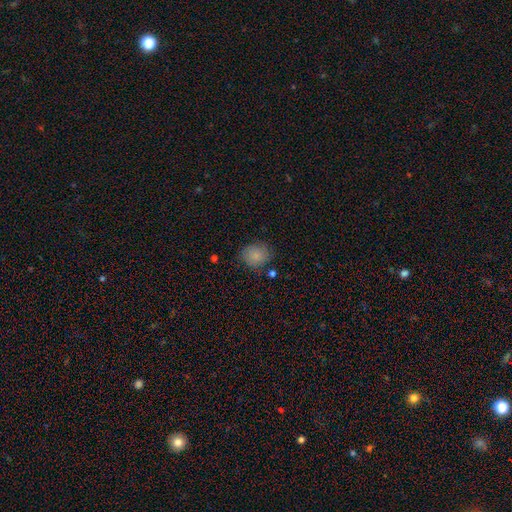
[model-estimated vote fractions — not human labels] smooth_or_featured: smooth (p=0.84) [alt: star or artifact p=0.09]
how_rounded: round (p=0.70) [alt: in between p=0.29]
merging: none (p=0.78) [alt: minor disturbance p=0.16]